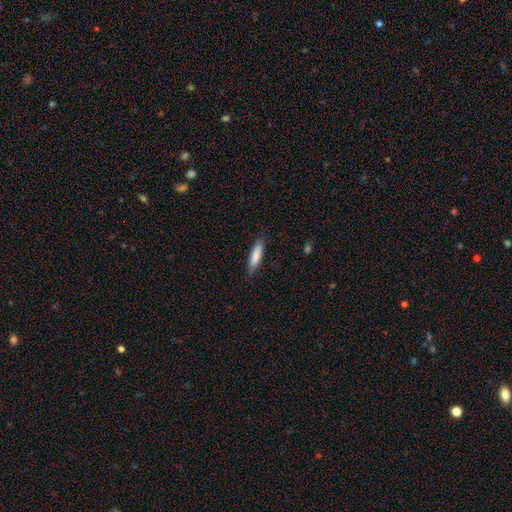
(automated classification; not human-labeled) This is clearly a smooth galaxy (83%). How rounded: likely cigar-shaped (73%). Merging: clearly none (85%).